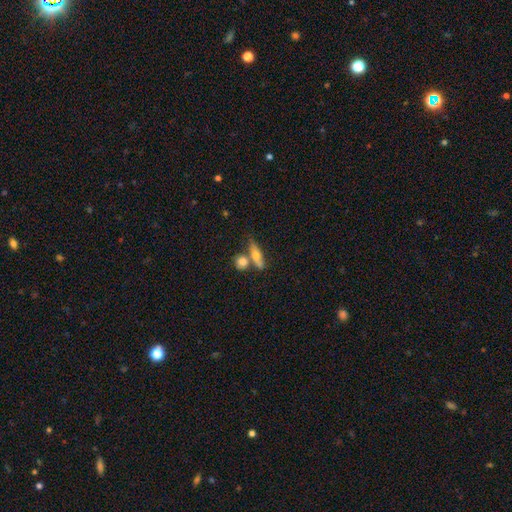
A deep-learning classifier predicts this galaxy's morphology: Smooth or featured? Predicted: smooth (p=0.59). How rounded? Predicted: cigar-shaped (p=0.48). Merging? Predicted: none (p=0.51).